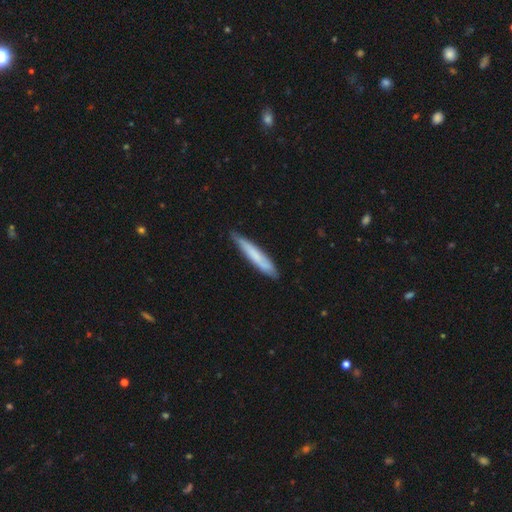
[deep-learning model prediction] A smooth galaxy with no disk features (68%) that is cigar-shaped (93%). Merging: none (79%).